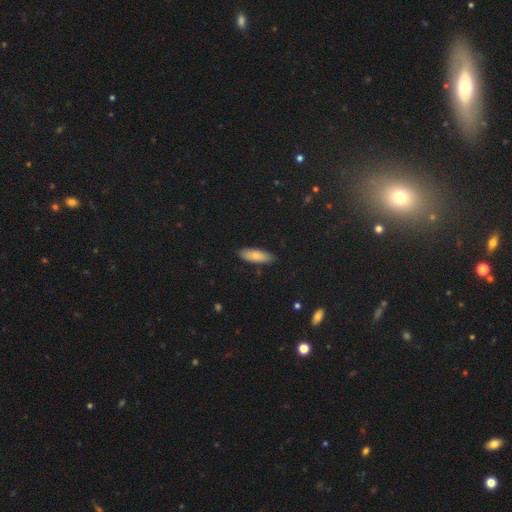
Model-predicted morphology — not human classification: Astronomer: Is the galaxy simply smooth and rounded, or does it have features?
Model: smooth — 81%.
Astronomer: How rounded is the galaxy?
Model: in between — 63%.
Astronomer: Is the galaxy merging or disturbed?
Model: none — 86%.